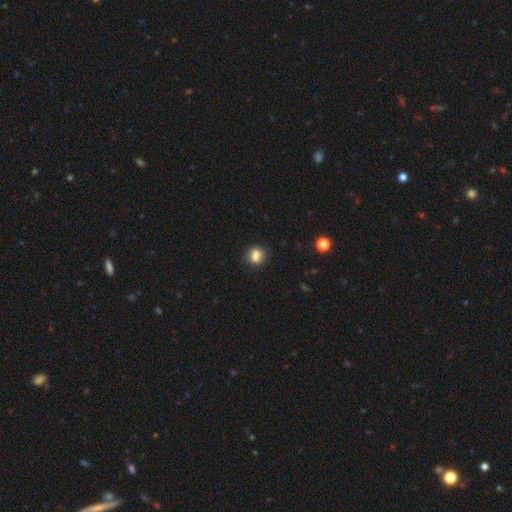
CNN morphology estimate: A smooth galaxy with no disk features (80%) that is round (54%).

Vote fractions:
- Smooth or featured? smooth: 80% / featured or disk: 10% / star or artifact: 10%
- How rounded? round: 54% / in between: 43% / cigar-shaped: 2%
- Merging? none: 72% / minor disturbance: 15% / merger: 8% / major disturbance: 4%